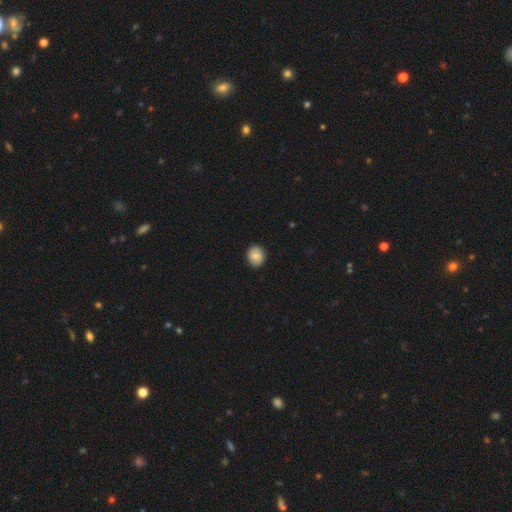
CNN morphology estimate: Smooth or featured? smooth (80%)
How rounded? round (72%)
Merging? none (89%)